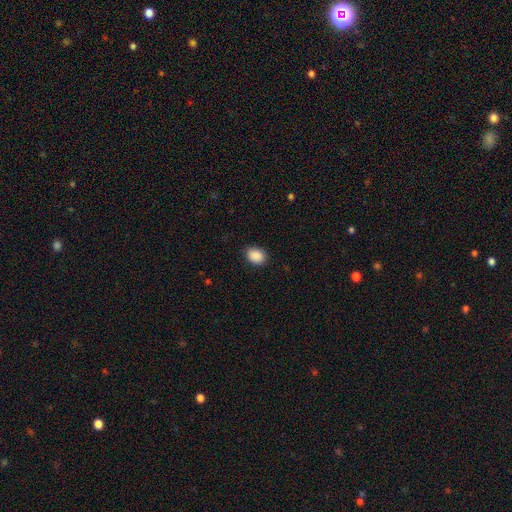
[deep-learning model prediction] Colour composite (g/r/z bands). It shows a smooth galaxy with no disk features (90%) that is in between round and cigar-shaped (62%). Merging: none (86%).